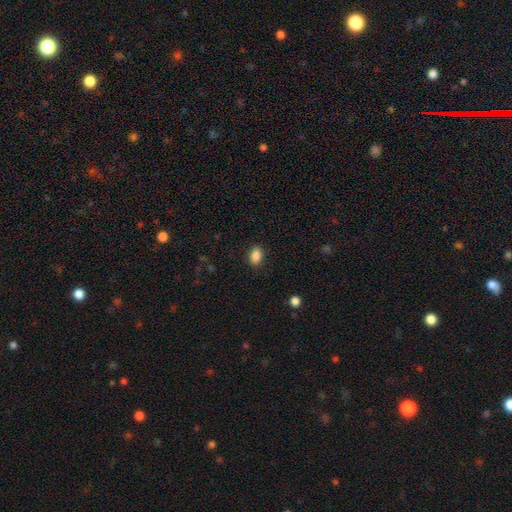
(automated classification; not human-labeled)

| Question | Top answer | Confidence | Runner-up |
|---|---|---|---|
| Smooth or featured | smooth | 87% | star or artifact (9%) |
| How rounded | in between | 80% | round (19%) |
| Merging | none | 88% | minor disturbance (8%) |